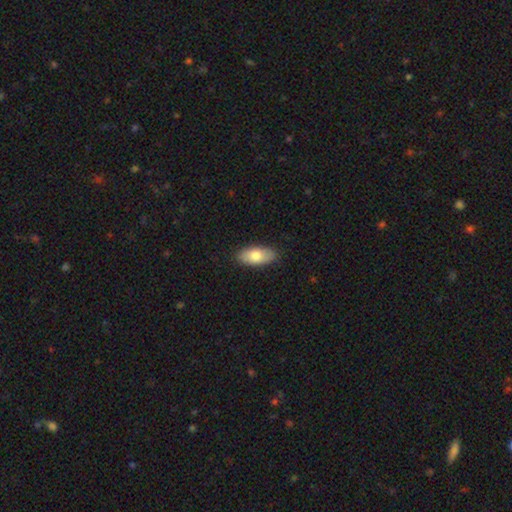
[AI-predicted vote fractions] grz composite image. It shows a smooth galaxy with no disk features (76%) that is in between round and cigar-shaped (90%). Merging: none (87%).